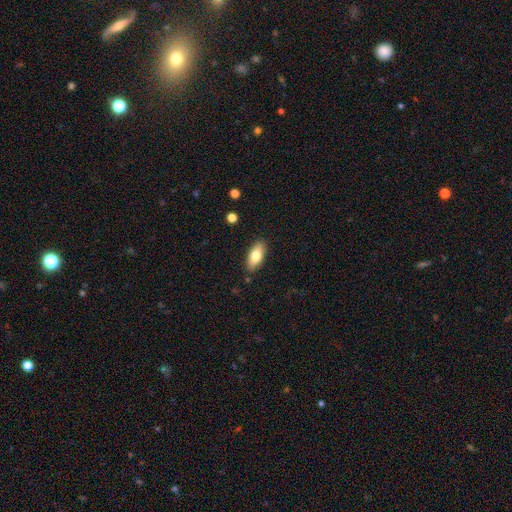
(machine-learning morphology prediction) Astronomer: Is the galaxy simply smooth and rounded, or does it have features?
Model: smooth — 77%.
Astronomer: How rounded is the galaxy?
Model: in between — 85%.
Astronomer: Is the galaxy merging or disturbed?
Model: none — 87%.